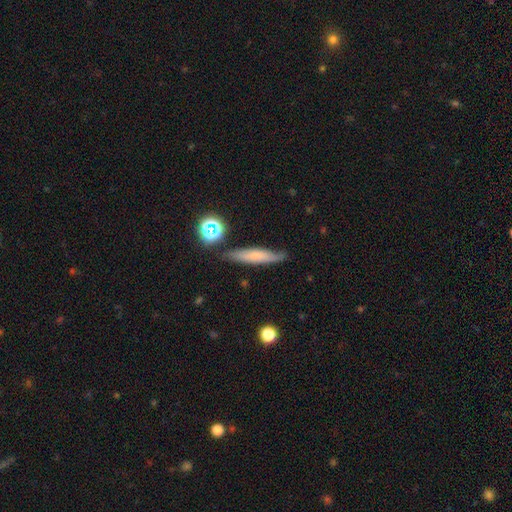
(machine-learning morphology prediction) Smooth or featured: smooth — 61% (featured or disk — 30%)
How rounded: cigar-shaped — 85% (in between — 12%)
Merging: none — 77% (minor disturbance — 16%)